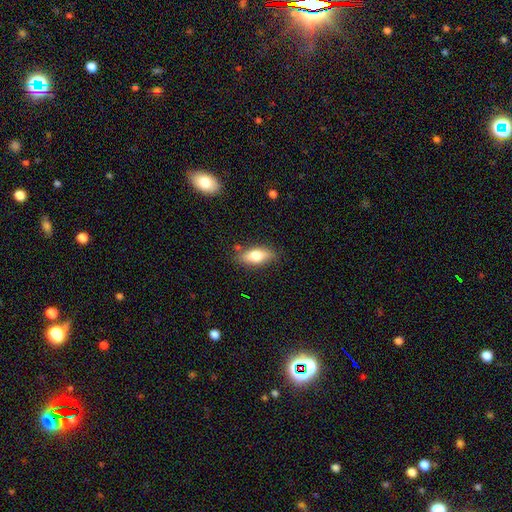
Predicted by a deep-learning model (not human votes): Smooth or featured? Predicted: smooth (p=0.73). How rounded? Predicted: in between (p=0.78). Merging? Predicted: none (p=0.80).